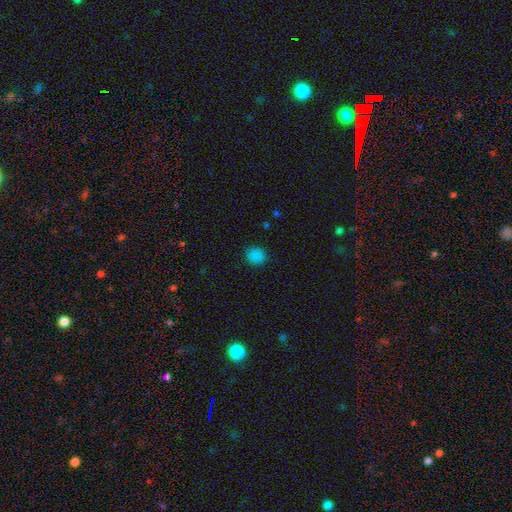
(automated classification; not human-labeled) Smooth or featured? Predicted: smooth (p=0.83). How rounded? Predicted: round (p=0.84). Merging? Predicted: none (p=0.89).